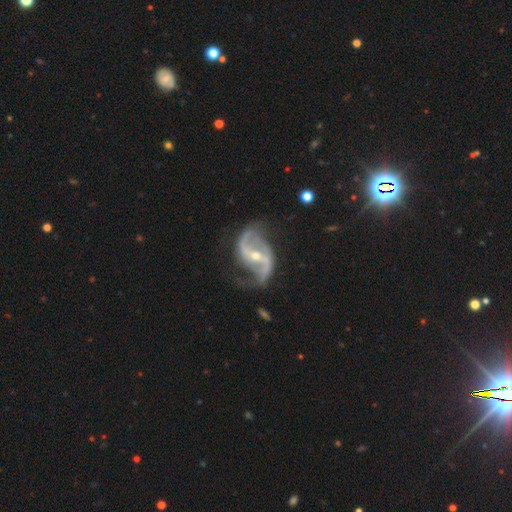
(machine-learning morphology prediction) smooth_or_featured: featured or disk (p=0.92) [alt: star or artifact p=0.05]
disk_edge_on: no (p=0.97) [alt: yes p=0.03]
bar: strong (p=0.49) [alt: weak p=0.33]
has_spiral_arms: yes (p=0.97) [alt: no p=0.03]
spiral_winding: loose (p=0.60) [alt: medium p=0.31]
spiral_arm_count: 2 (p=0.93) [alt: can't tell p=0.02]
bulge_size: small (p=0.59) [alt: moderate p=0.38]
merging: none (p=0.68) [alt: minor disturbance p=0.19]